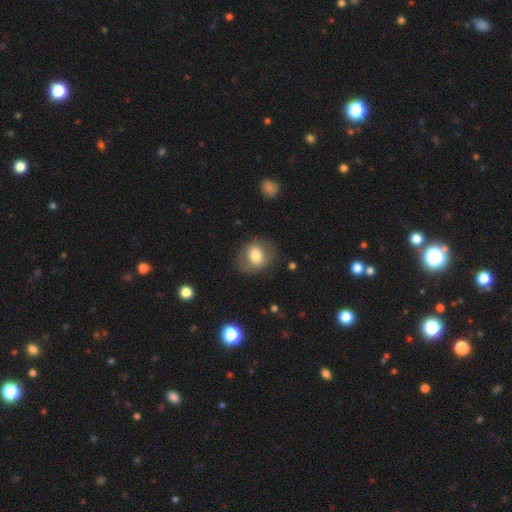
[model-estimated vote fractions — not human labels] Overall: smooth (70%). How rounded: round (58%; in between 41%). Merging: none (75%).